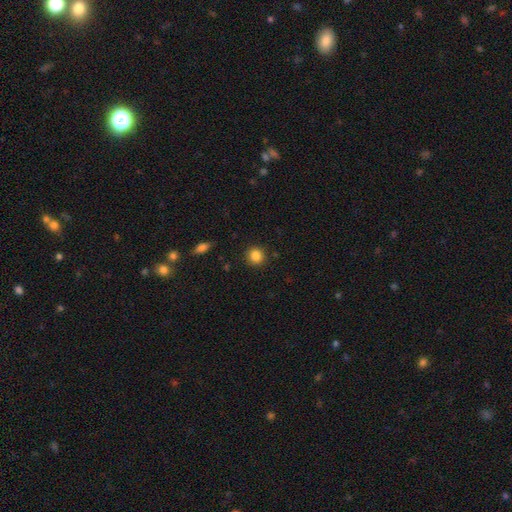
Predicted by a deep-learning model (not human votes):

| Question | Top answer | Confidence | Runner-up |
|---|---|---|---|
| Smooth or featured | smooth | 86% | star or artifact (10%) |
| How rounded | round | 87% | in between (12%) |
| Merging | none | 90% | minor disturbance (7%) |